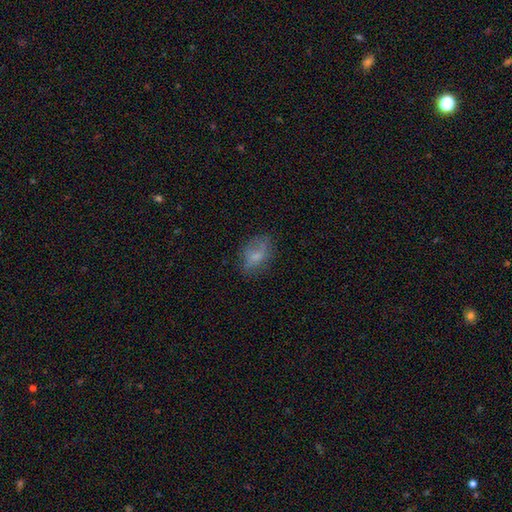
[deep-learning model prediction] Smooth or featured?
  - smooth: 67% *
  - featured or disk: 23%
  - star or artifact: 10%
How rounded?
  - in between: 82% *
  - round: 15%
  - cigar-shaped: 3%
Merging?
  - none: 63% *
  - minor disturbance: 24%
  - major disturbance: 11%
  - merger: 2%